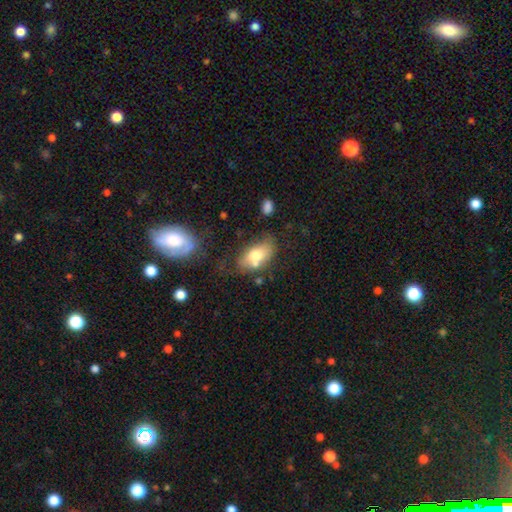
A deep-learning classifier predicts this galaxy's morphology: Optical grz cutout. It shows a smooth galaxy with no disk features (70%) that is in between round and cigar-shaped (90%). Merging: none (52%).